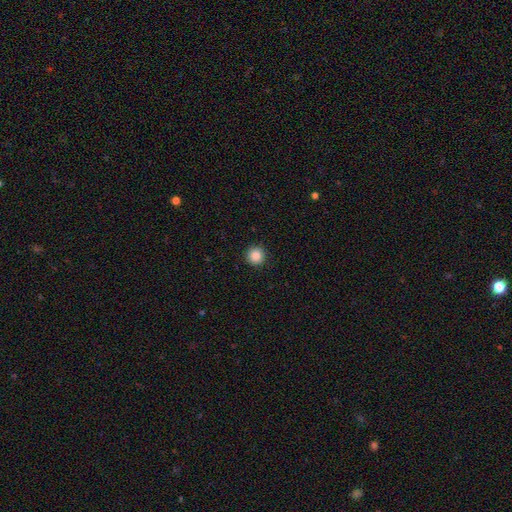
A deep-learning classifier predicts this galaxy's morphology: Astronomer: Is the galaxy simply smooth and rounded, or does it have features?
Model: smooth — 86%.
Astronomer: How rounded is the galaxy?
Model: round — 96%.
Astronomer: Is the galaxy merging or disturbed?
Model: none — 92%.